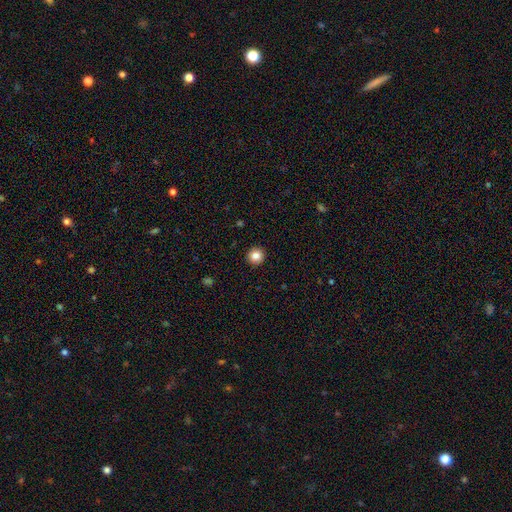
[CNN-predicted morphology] Smooth or featured: smooth — 84% (star or artifact — 10%)
How rounded: round — 95% (in between — 4%)
Merging: none — 94% (minor disturbance — 4%)